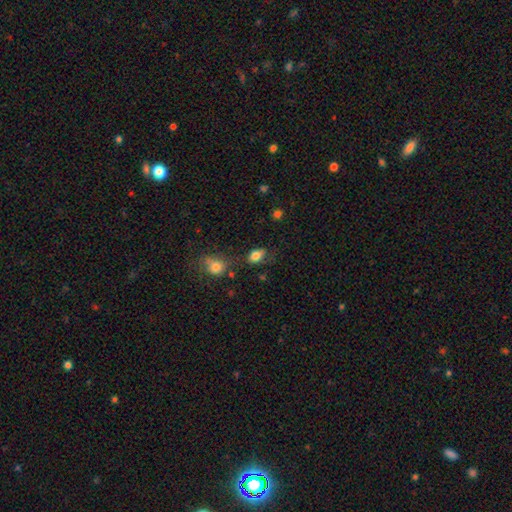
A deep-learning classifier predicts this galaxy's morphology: This is clearly a smooth galaxy (82%). How rounded: clearly in between (82%). Merging: likely none (61%).